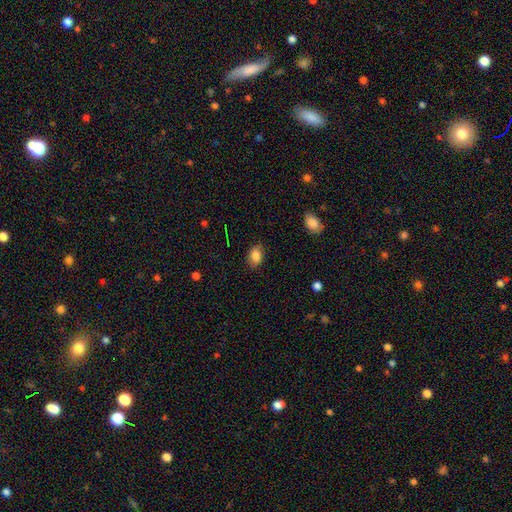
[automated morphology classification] smooth_or_featured: smooth (p=0.83) [alt: star or artifact p=0.09]
how_rounded: in between (p=0.80) [alt: round p=0.18]
merging: none (p=0.81) [alt: minor disturbance p=0.15]